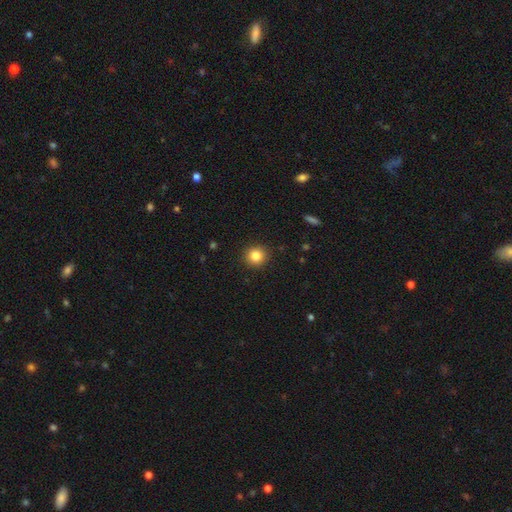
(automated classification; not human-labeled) This is clearly a smooth galaxy (84%). How rounded: clearly round (90%). Merging: clearly none (90%).